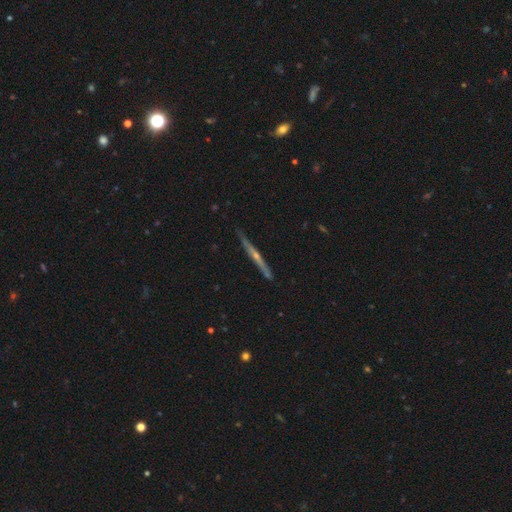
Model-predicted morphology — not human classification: Smooth or featured? Predicted: featured or disk (p=0.78). Edge-on disk? Predicted: yes (p=0.98). Edge-on bulge? Predicted: rounded (p=0.70). Merging? Predicted: none (p=0.87).